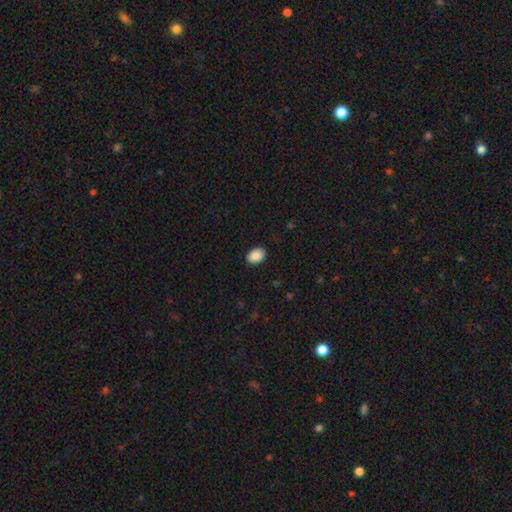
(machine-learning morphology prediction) Smooth or featured? smooth (90%)
How rounded? in between (81%)
Merging? none (89%)